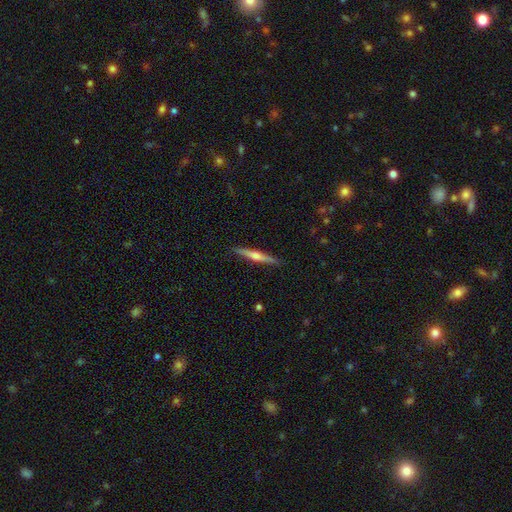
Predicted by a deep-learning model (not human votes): Smooth or featured?
  - featured or disk: 60% *
  - smooth: 34%
  - star or artifact: 6%
Edge-on disk?
  - yes: 98% *
  - no: 2%
Edge-on bulge?
  - rounded: 78% *
  - none: 15%
  - boxy: 7%
Merging?
  - none: 91% *
  - minor disturbance: 7%
  - major disturbance: 1%
  - merger: 1%